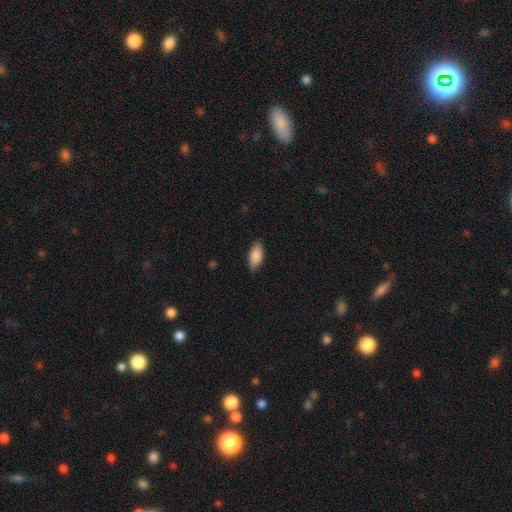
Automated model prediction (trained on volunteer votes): smooth 88%, featured or disk 6%, star or artifact 6%. Down the decision tree: how rounded — in between (89%); merging — none (83%).